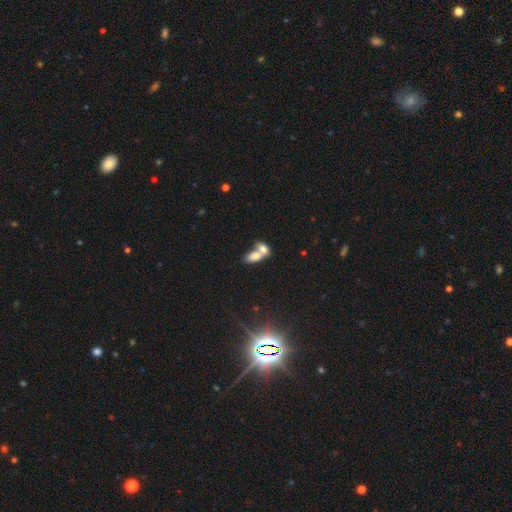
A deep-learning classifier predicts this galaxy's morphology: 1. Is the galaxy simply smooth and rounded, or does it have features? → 72% smooth, 19% featured or disk, 9% star or artifact.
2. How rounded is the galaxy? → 85% in between, 9% round, 6% cigar-shaped.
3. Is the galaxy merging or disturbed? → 74% merger, 18% none, 5% minor disturbance, 3% major disturbance.